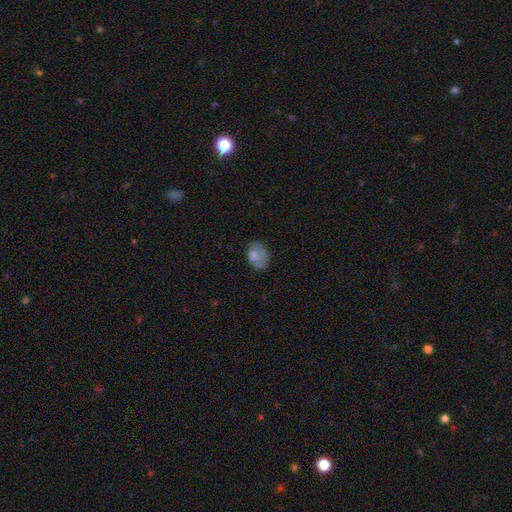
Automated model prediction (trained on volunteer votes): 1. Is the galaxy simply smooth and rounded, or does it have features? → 74% smooth, 17% featured or disk, 9% star or artifact.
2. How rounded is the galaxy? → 74% in between, 25% round, 1% cigar-shaped.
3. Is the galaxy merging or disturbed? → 57% none, 29% minor disturbance, 12% major disturbance, 2% merger.